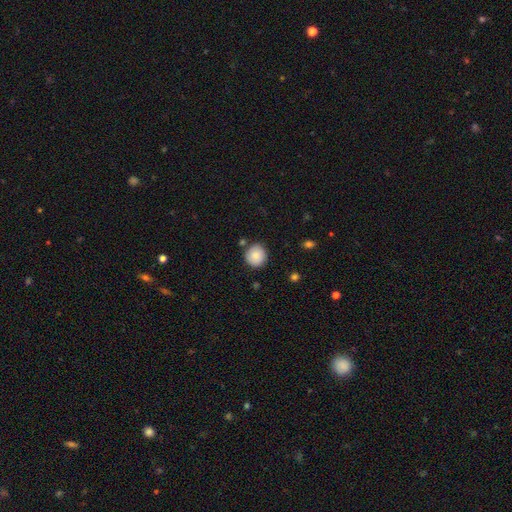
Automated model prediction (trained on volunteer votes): This is clearly a smooth galaxy (82%). How rounded: clearly round (93%). Merging: clearly none (84%).